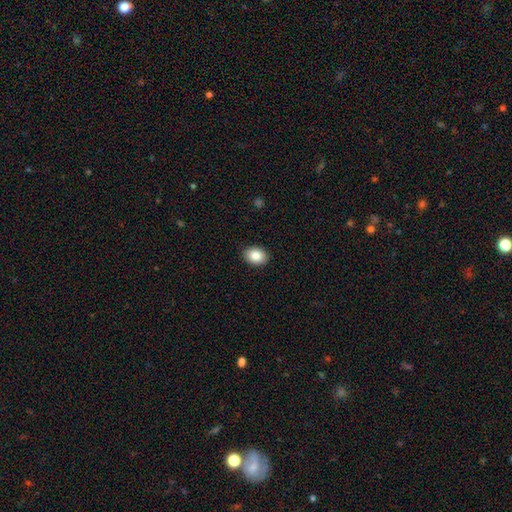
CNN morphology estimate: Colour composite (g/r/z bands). It shows a smooth galaxy with no disk features (85%) that is in between round and cigar-shaped (71%). Merging: none (90%).